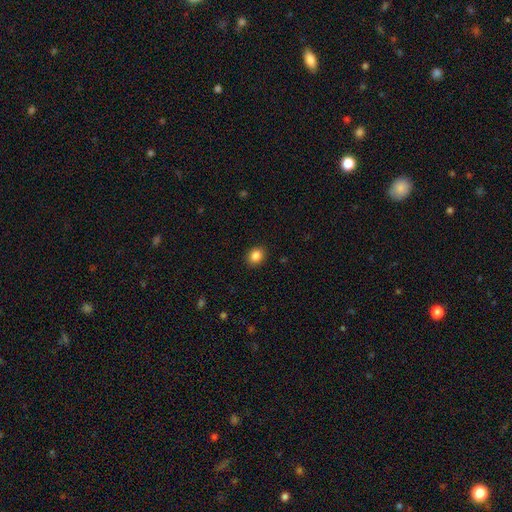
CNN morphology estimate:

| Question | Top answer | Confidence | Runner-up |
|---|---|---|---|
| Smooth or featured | smooth | 86% | star or artifact (10%) |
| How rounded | round | 59% | in between (40%) |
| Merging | none | 90% | minor disturbance (7%) |